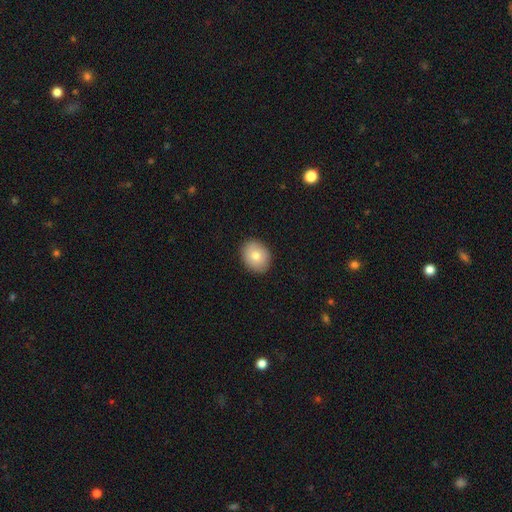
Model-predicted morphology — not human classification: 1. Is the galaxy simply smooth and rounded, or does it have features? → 79% smooth, 13% featured or disk, 8% star or artifact.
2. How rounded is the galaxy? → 50% round, 49% in between, 1% cigar-shaped.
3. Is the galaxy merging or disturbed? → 89% none, 8% minor disturbance, 2% major disturbance, 1% merger.